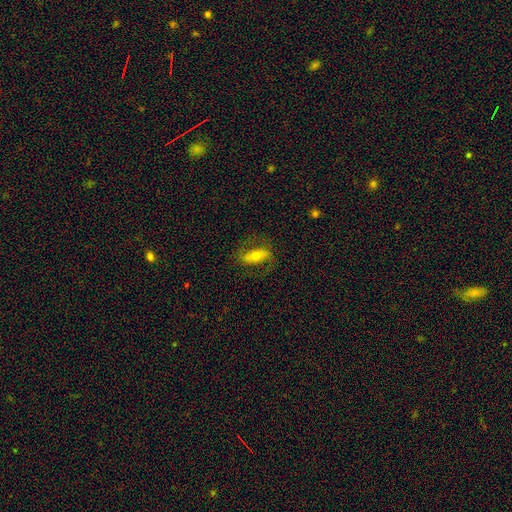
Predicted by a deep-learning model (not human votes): A featured or disk galaxy (51%).

Vote fractions:
- Smooth or featured? featured or disk: 51% / smooth: 42% / star or artifact: 8%
- Edge-on disk? no: 80% / yes: 20%
- Merging? none: 75% / minor disturbance: 15% / major disturbance: 9% / merger: 1%